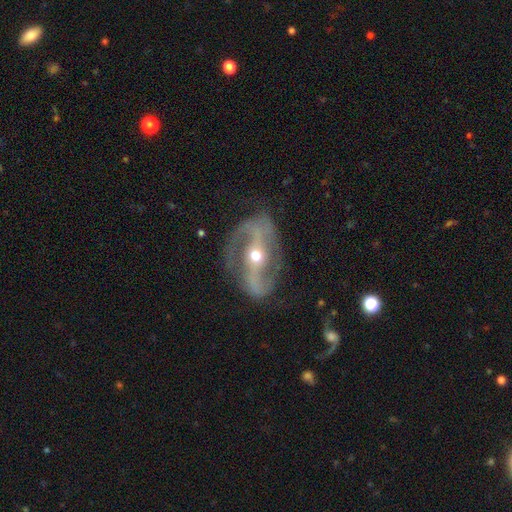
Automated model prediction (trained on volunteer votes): A featured or disk galaxy (88%) with a strong bar (49%), 2 (92%) medium (50%) spiral arms (90%) and a moderate central bulge (71%).

Vote fractions:
- Smooth or featured? featured or disk: 88% / smooth: 7% / star or artifact: 5%
- Edge-on disk? no: 95% / yes: 5%
- Bar? strong: 49% / weak: 29% / no: 22%
- Spiral arms? yes: 90% / no: 10%
- Spiral winding? medium: 50% / loose: 34% / tight: 17%
- Spiral arm count? 2: 92% / can't tell: 3% / 1: 2% / 3: 1% / 4: 1% / more than 4: 1%
- Bulge size? moderate: 71% / small: 23% / large: 5% / dominant: 1% / none: 1%
- Merging? none: 79% / minor disturbance: 13% / major disturbance: 7% / merger: 2%